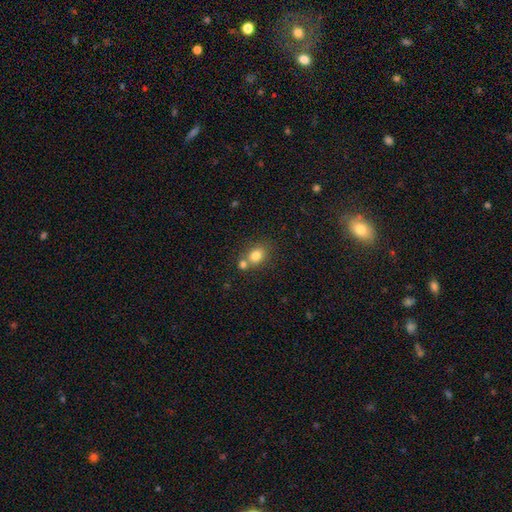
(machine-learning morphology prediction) This appears to be a smooth galaxy with no disk features (80%) that is round (50%). Merging: none (52%).